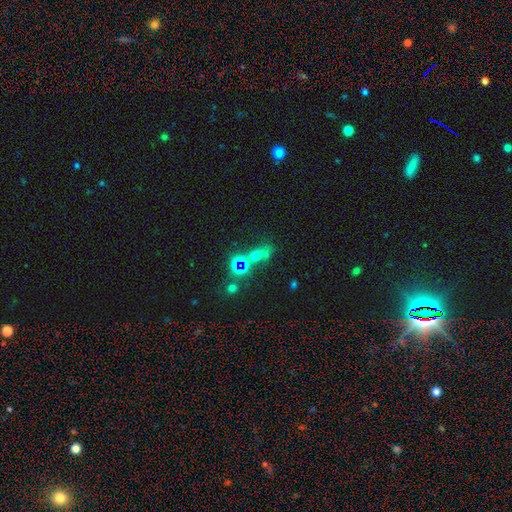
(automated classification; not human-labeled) star or artifact 42%, smooth 41%, featured or disk 16%.